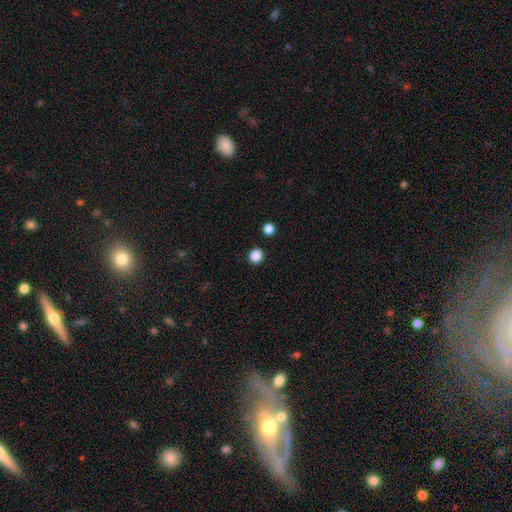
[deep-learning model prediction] A smooth galaxy with no disk features (87%) that is round (90%).

Vote fractions:
- Smooth or featured? smooth: 87% / star or artifact: 11% / featured or disk: 2%
- How rounded? round: 90% / in between: 9% / cigar-shaped: 1%
- Merging? none: 91% / minor disturbance: 5% / merger: 2% / major disturbance: 2%